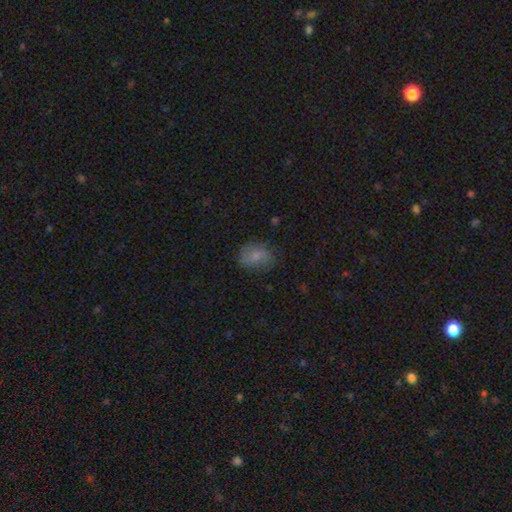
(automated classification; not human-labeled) Morphology: type=smooth (68%); roundness=in between (72%); merging=none (67%).